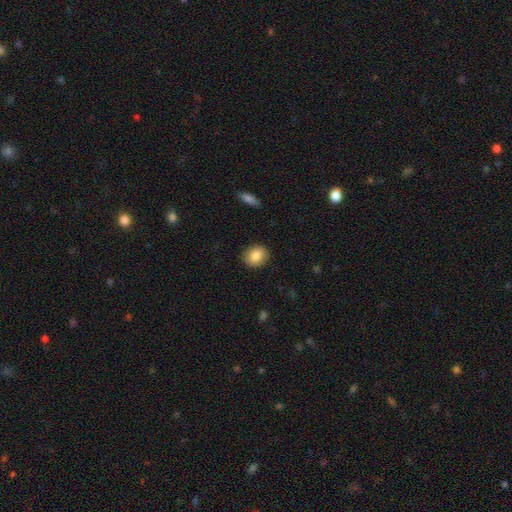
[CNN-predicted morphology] smooth-or-featured: smooth: 84% | star or artifact: 8% | featured or disk: 8%
  how-rounded: round: 68% | in between: 31% | cigar-shaped: 1%
  merging: none: 90% | minor disturbance: 7% | major disturbance: 2% | merger: 1%